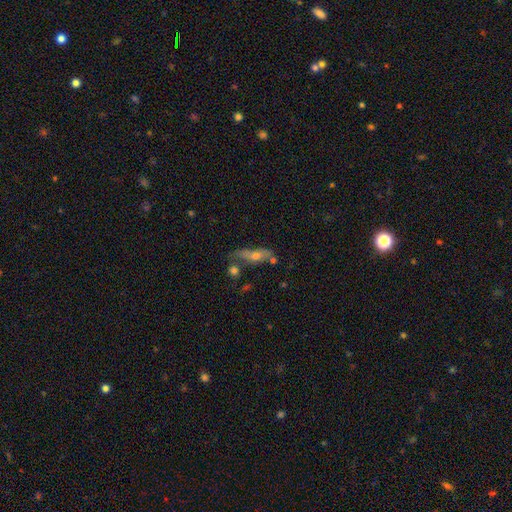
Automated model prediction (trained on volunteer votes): Smooth or featured? Predicted: smooth (p=0.51). How rounded? Predicted: cigar-shaped (p=0.51). Merging? Predicted: none (p=0.49).